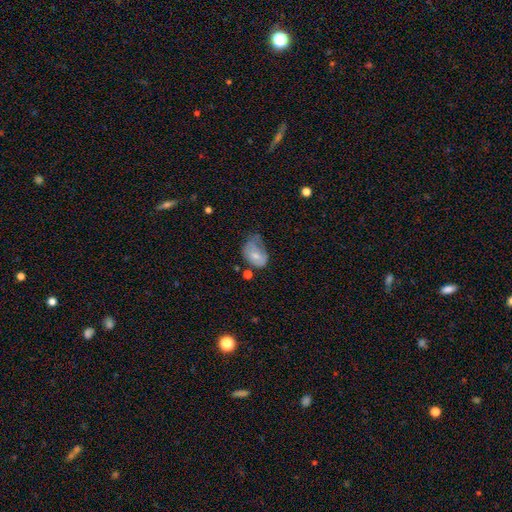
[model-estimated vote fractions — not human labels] Smooth or featured: smooth — 66% (featured or disk — 27%)
How rounded: in between — 79% (round — 20%)
Merging: minor disturbance — 39% (major disturbance — 29%)